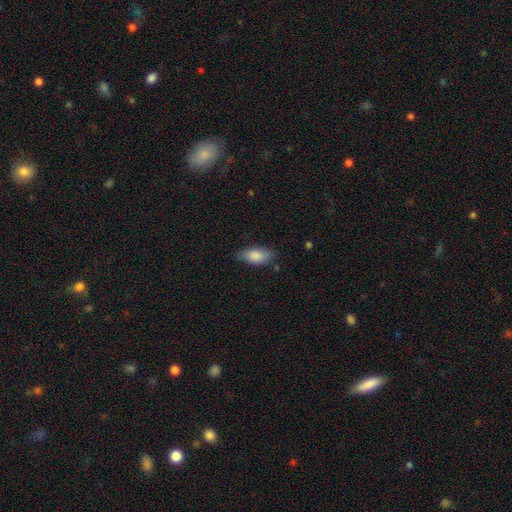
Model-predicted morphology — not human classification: smooth-or-featured: smooth: 85% | featured or disk: 9% | star or artifact: 6%
  how-rounded: in between: 89% | cigar-shaped: 8% | round: 3%
  merging: none: 76% | minor disturbance: 18% | major disturbance: 4% | merger: 2%